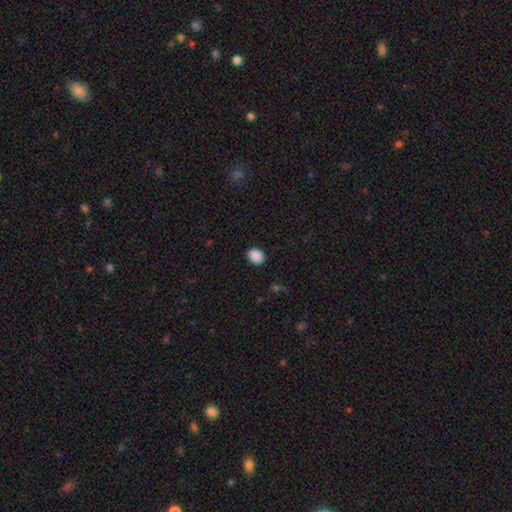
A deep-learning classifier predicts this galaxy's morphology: A smooth galaxy with no disk features (89%) that is in between round and cigar-shaped (61%). Merging: none (89%).